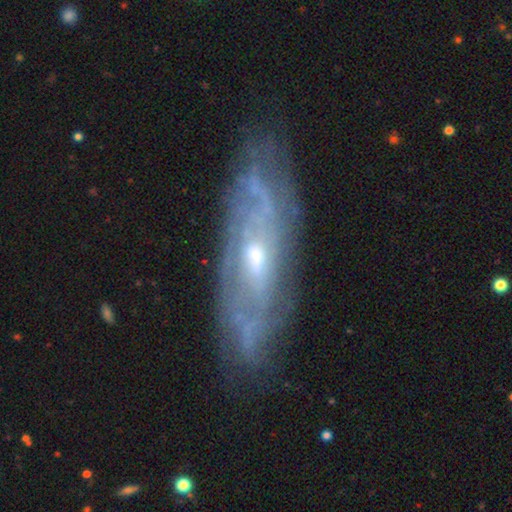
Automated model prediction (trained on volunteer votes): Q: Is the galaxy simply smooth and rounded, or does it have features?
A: featured or disk — 83%.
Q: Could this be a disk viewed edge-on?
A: no — 80%.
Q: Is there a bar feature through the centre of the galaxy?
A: no — 55%.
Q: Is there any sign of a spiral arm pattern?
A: yes — 91%.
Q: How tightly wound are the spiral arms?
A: tight — 67%.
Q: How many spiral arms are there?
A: can't tell — 49%.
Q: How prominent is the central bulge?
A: small — 56%.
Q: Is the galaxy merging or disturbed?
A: none — 85%.